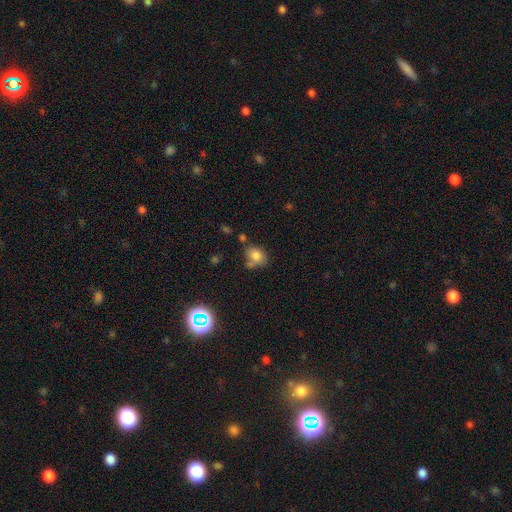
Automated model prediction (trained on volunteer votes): Smooth or featured: smooth — 78% (star or artifact — 12%)
How rounded: in between — 53% (round — 46%)
Merging: none — 57% (minor disturbance — 20%)